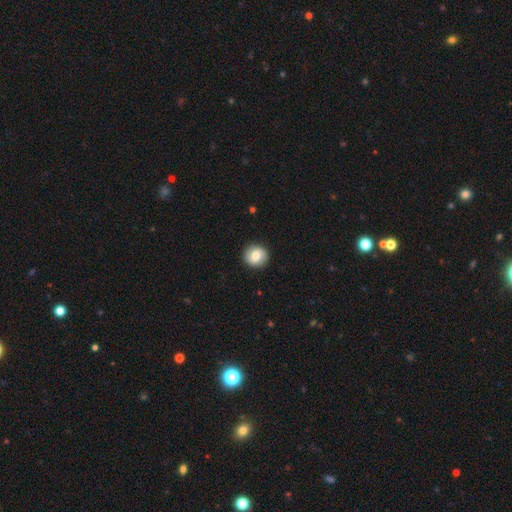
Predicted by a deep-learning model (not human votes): smooth-or-featured: smooth: 72% | featured or disk: 20% | star or artifact: 8%
  how-rounded: round: 89% | in between: 10% | cigar-shaped: 1%
  merging: none: 90% | minor disturbance: 7% | major disturbance: 2% | merger: 1%